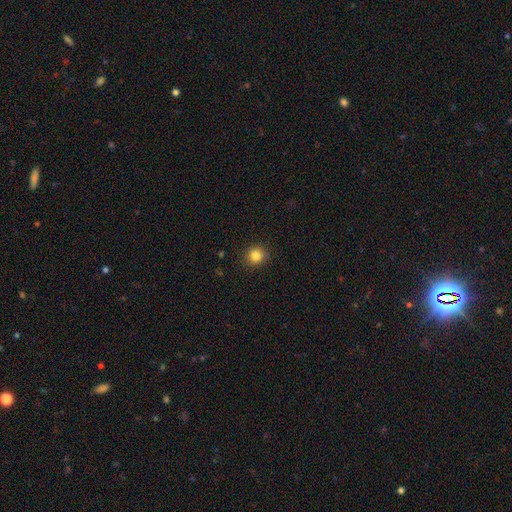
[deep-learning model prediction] Morphology: type=smooth (84%); roundness=round (86%); merging=none (90%).